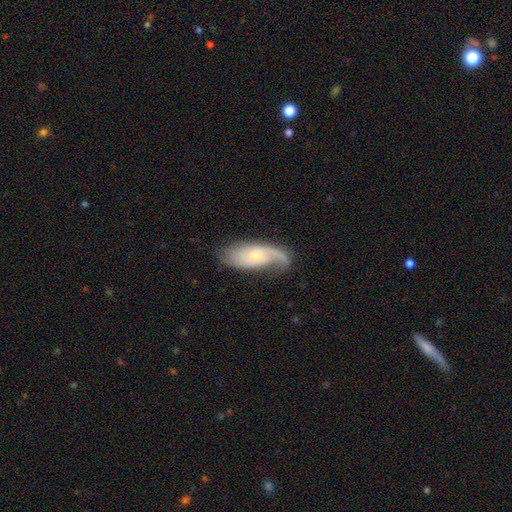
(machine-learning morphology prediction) This appears to be a featured or disk galaxy (71%) with no bar (74%), 2 (47%) loose (41%) spiral arms (89%) and a small central bulge (64%). Merging: none (58%).